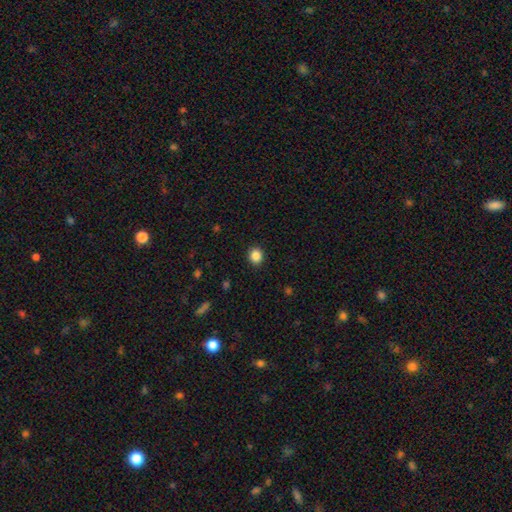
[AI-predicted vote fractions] smooth_or_featured: smooth (p=0.86) [alt: star or artifact p=0.10]
how_rounded: round (p=0.79) [alt: in between p=0.20]
merging: none (p=0.91) [alt: minor disturbance p=0.06]